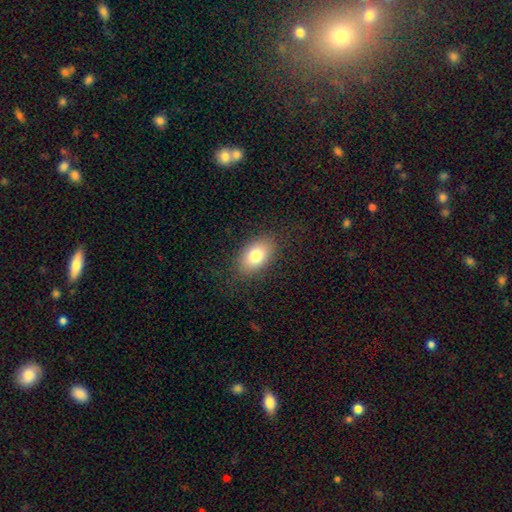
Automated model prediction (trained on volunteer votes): Overall: smooth (78%). How rounded: in between (88%). Merging: none (84%).